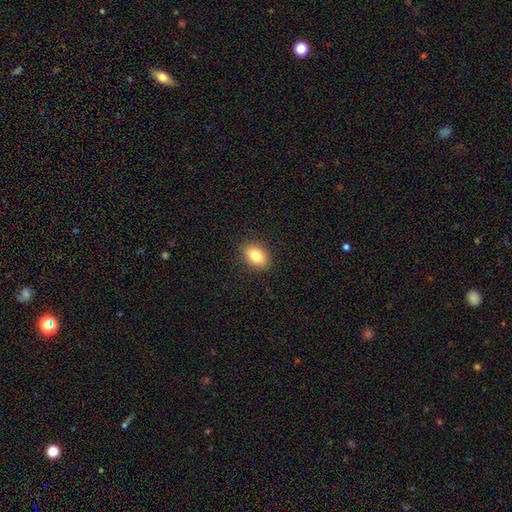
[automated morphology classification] A smooth galaxy with no disk features (83%) that is in between round and cigar-shaped (85%).

Vote fractions:
- Smooth or featured? smooth: 83% / featured or disk: 9% / star or artifact: 8%
- How rounded? in between: 85% / round: 13% / cigar-shaped: 2%
- Merging? none: 89% / minor disturbance: 8% / major disturbance: 2% / merger: 1%